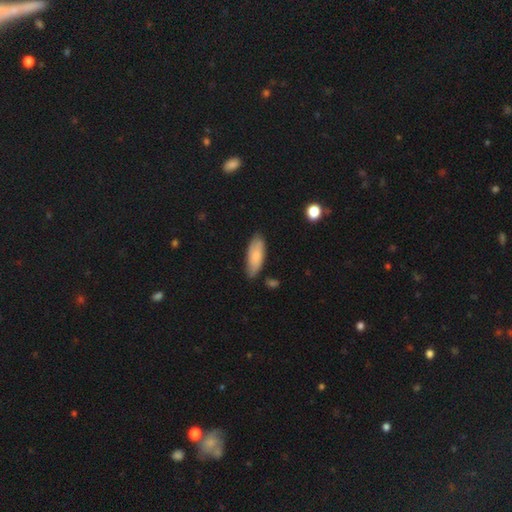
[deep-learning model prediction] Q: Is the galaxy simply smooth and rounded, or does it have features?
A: smooth — 78%.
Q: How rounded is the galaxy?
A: in between — 73%.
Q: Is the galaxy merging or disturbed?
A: none — 77%.